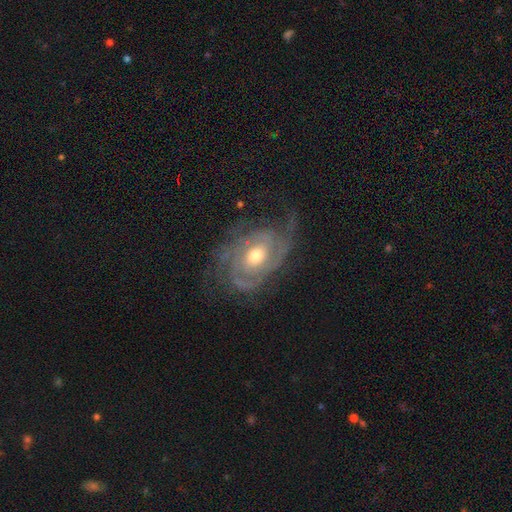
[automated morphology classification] This is clearly a featured or disk galaxy (87%). It is clearly not viewed edge-on (96%). Bar: likely no (71%). Spiral arm pattern: clearly yes (94%). Spiral arm count: marginally 2 (31%). Spiral winding: possibly tight (56%). Central bulge: likely moderate (75%). Merging: likely none (60%).